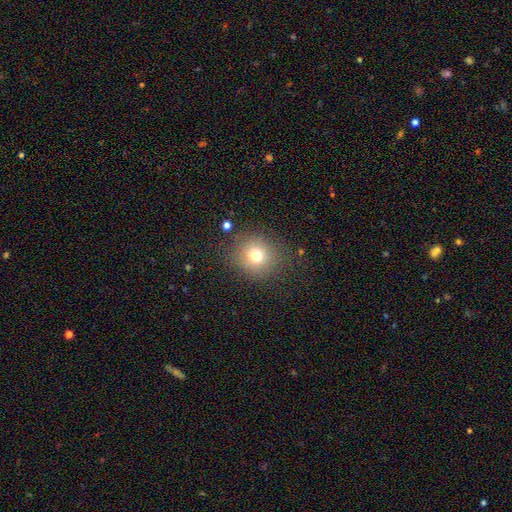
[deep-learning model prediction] Q: Smooth or featured?
A: smooth (74%); runner-up: star or artifact (15%)
Q: How rounded?
A: round (88%); runner-up: in between (11%)
Q: Merging?
A: none (83%); runner-up: minor disturbance (10%)